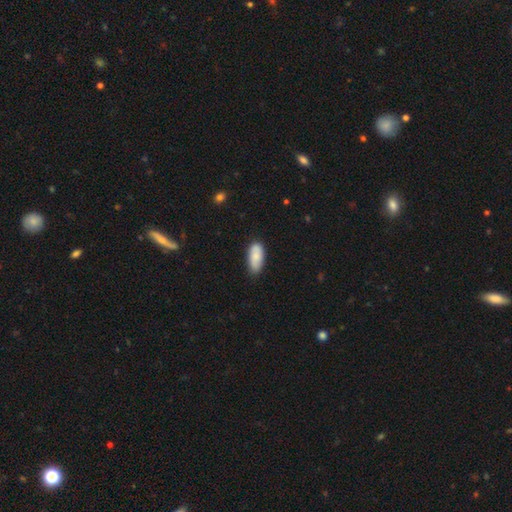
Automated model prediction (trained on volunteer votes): Smooth or featured: smooth — 86% (featured or disk — 8%)
How rounded: in between — 88% (cigar-shaped — 10%)
Merging: none — 76% (minor disturbance — 20%)